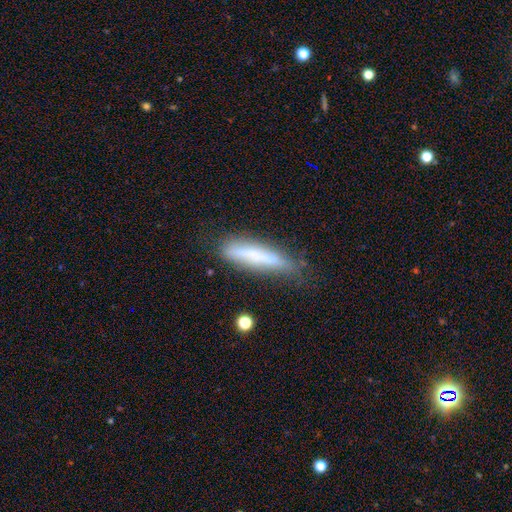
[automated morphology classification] A smooth galaxy with no disk features (64%) that is cigar-shaped (85%).

Vote fractions:
- Smooth or featured? smooth: 64% / featured or disk: 28% / star or artifact: 8%
- How rounded? cigar-shaped: 85% / in between: 13% / round: 1%
- Merging? none: 65% / minor disturbance: 25% / major disturbance: 7% / merger: 3%